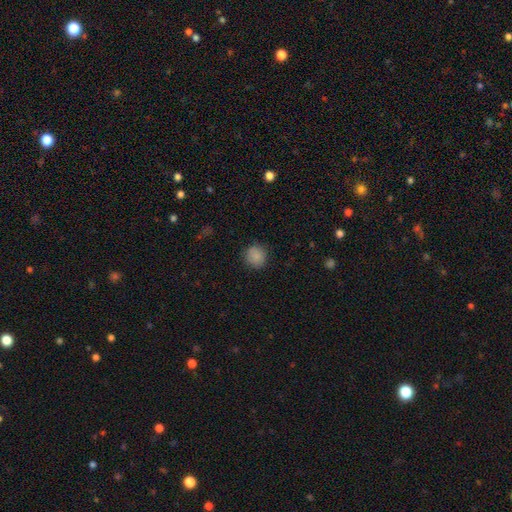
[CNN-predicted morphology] Smooth or featured: smooth — 87% (star or artifact — 9%)
How rounded: round — 89% (in between — 10%)
Merging: none — 88% (minor disturbance — 9%)